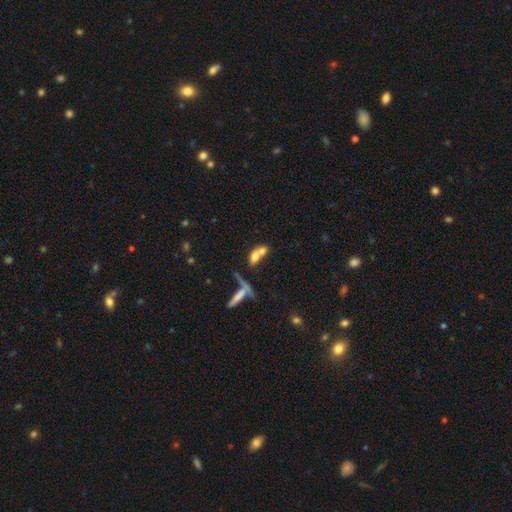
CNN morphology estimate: Smooth or featured? smooth (67%)
How rounded? in between (68%)
Merging? merger (61%)